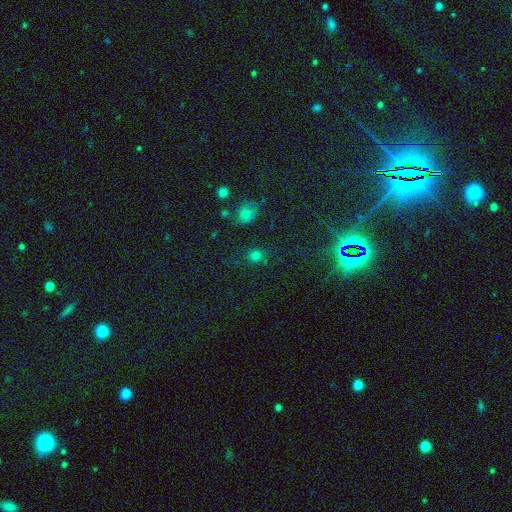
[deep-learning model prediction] This is likely a smooth galaxy (73%). How rounded: likely round (78%). Merging: clearly none (80%).